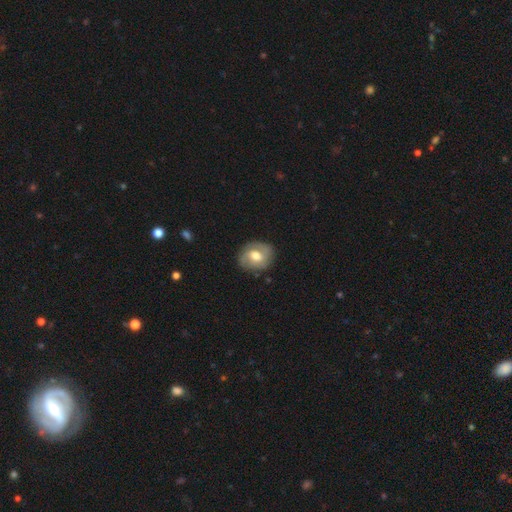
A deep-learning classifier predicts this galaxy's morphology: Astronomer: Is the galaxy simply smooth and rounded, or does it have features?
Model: featured or disk — 54% (runner-up: smooth, 39%).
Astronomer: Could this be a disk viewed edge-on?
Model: no — 96%.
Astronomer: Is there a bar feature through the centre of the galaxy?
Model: weak — 46% (runner-up: no, 43%).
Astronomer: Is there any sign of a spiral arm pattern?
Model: yes — 74%.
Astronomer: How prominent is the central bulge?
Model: moderate — 73%.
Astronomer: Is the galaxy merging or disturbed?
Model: none — 78%.